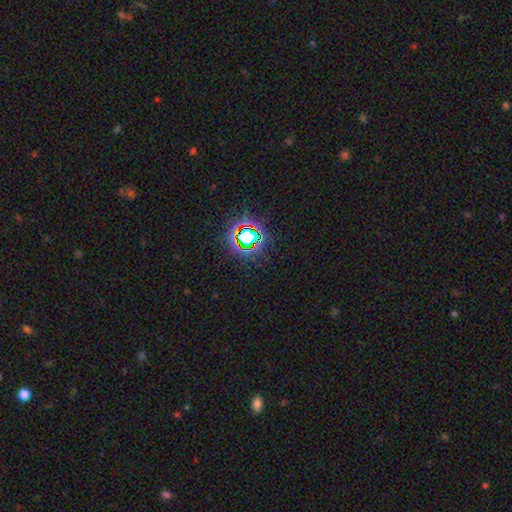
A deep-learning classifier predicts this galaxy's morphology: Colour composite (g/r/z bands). It shows a star or artifact, not a galaxy (77%).